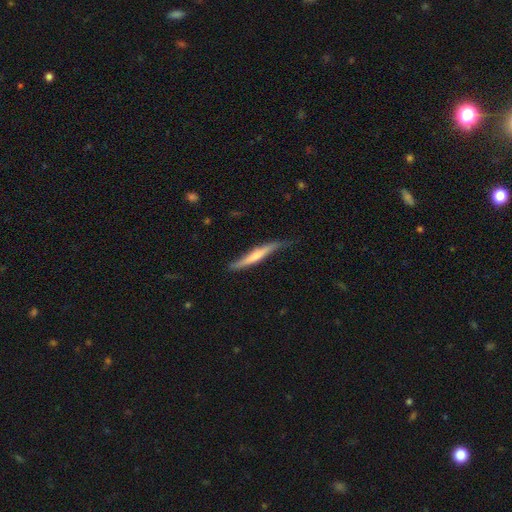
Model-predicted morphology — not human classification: smooth-or-featured: featured or disk: 48% | smooth: 47% | star or artifact: 5%
  merging: none: 60% | minor disturbance: 31% | major disturbance: 7% | merger: 2%